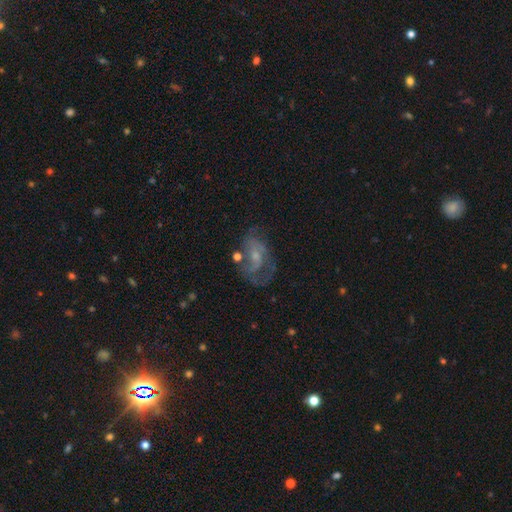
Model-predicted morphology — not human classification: This appears to be a featured or disk galaxy (69%) with no bar (58%), spiral arms (73%) and a small central bulge (61%). Merging: none (43%).